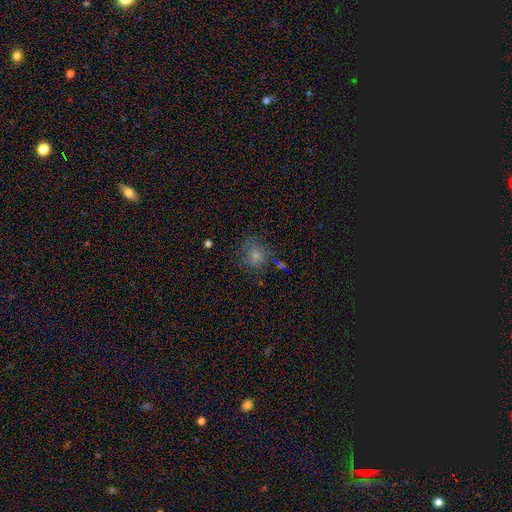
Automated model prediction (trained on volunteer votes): This appears to be a smooth galaxy with no disk features (67%) that is round (79%). Merging: none (68%).